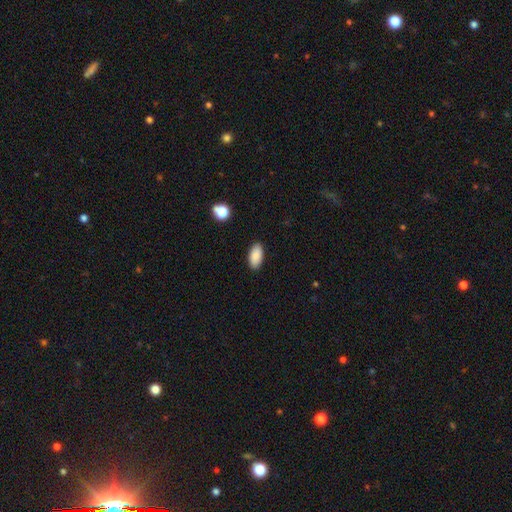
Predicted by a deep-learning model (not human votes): A smooth galaxy with no disk features (89%) that is in between round and cigar-shaped (94%).

Vote fractions:
- Smooth or featured? smooth: 89% / star or artifact: 7% / featured or disk: 4%
- How rounded? in between: 94% / cigar-shaped: 3% / round: 3%
- Merging? none: 89% / minor disturbance: 8% / major disturbance: 2% / merger: 1%